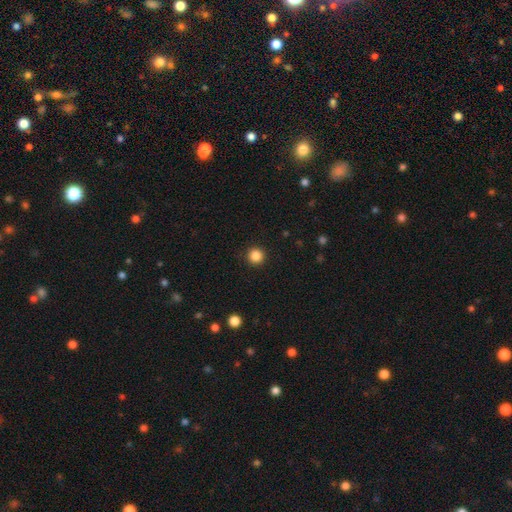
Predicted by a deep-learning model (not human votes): This appears to be a smooth galaxy with no disk features (86%) that is round (96%). Merging: none (92%).